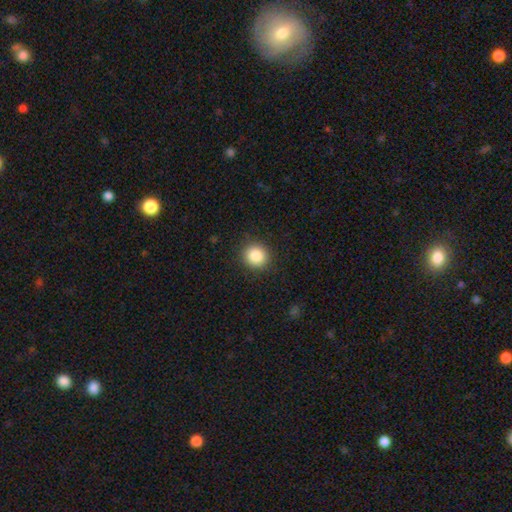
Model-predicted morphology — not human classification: type=smooth (87%); roundness=round (88%); merging=none (90%).